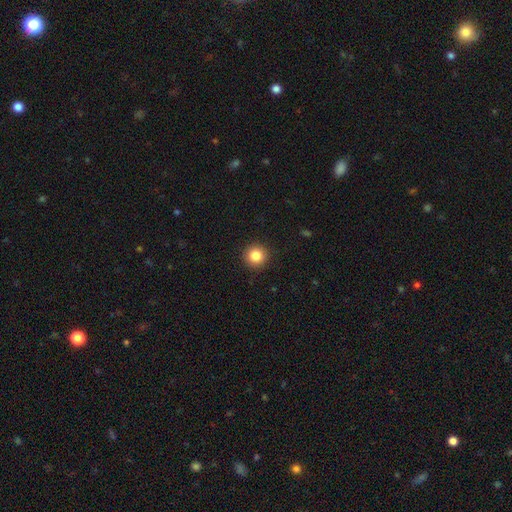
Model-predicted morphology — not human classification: Smooth or featured?
  - smooth: 85% *
  - star or artifact: 10%
  - featured or disk: 5%
How rounded?
  - round: 95% *
  - in between: 4%
  - cigar-shaped: 1%
Merging?
  - none: 92% *
  - minor disturbance: 5%
  - major disturbance: 2%
  - merger: 1%